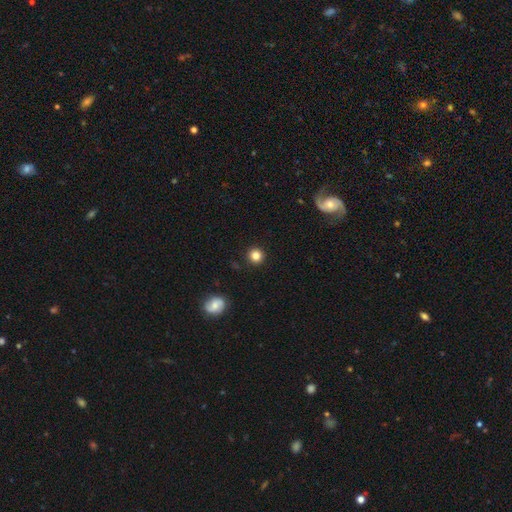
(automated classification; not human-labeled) Q: Smooth or featured?
A: smooth (84%); runner-up: star or artifact (11%)
Q: How rounded?
A: round (95%); runner-up: in between (4%)
Q: Merging?
A: none (92%); runner-up: minor disturbance (5%)